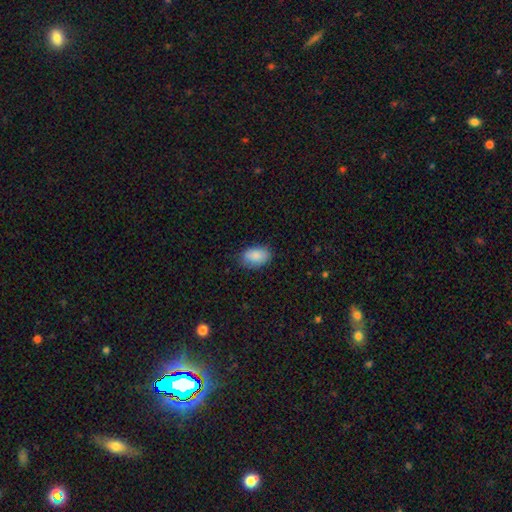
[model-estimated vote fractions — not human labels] Morphology: type=smooth (87%); roundness=in between (90%); merging=none (77%).